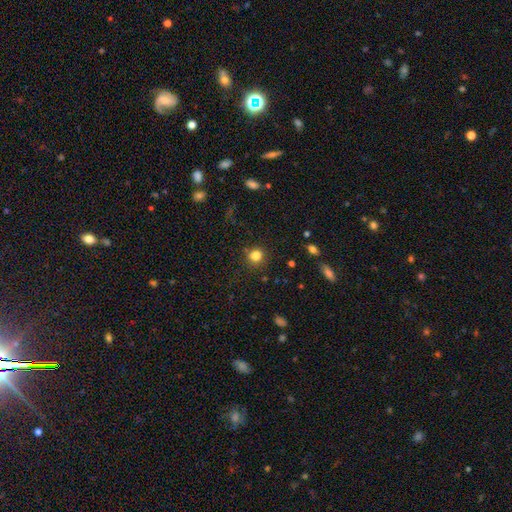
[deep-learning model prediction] smooth 82%, star or artifact 13%, featured or disk 5%. Down the decision tree: how rounded — round (81%); merging — none (83%).